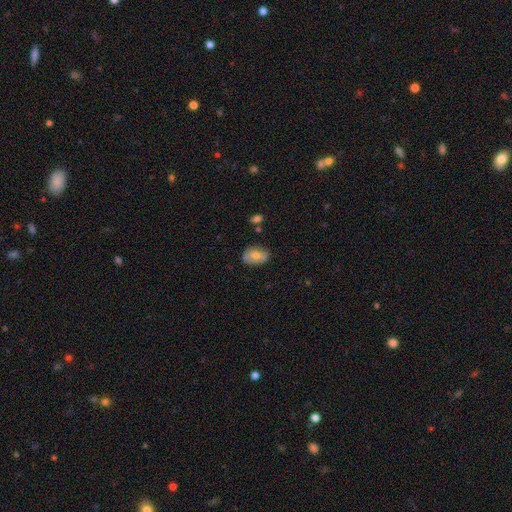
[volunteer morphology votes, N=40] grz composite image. It shows a smooth galaxy with no disk features (70%) that is in between round and cigar-shaped (93%). Merging: none (92%).